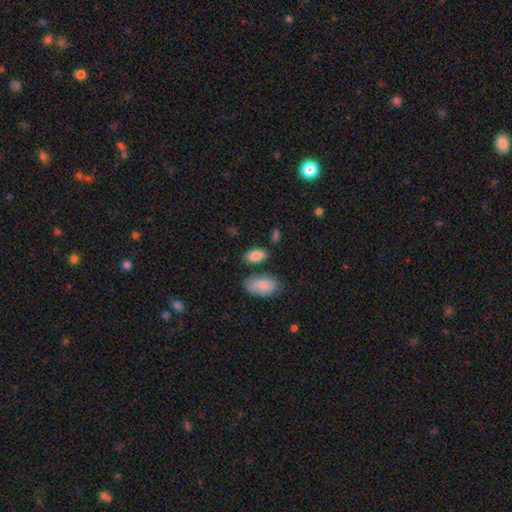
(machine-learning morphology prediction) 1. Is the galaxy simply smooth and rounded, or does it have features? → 86% smooth, 7% star or artifact, 7% featured or disk.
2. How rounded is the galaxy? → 93% in between, 4% round, 3% cigar-shaped.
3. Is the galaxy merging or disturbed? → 73% none, 14% minor disturbance, 9% merger, 4% major disturbance.